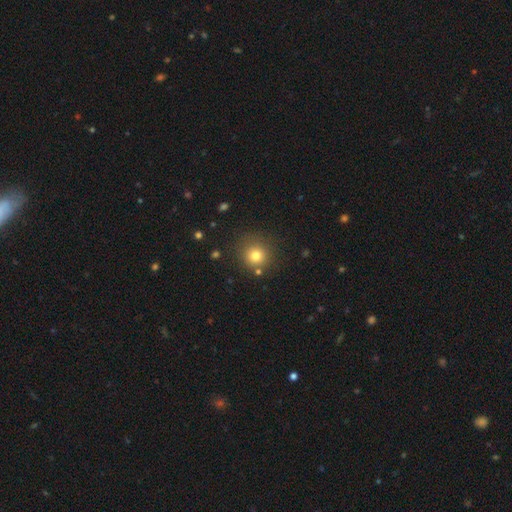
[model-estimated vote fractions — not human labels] Morphology: type=smooth (77%); roundness=round (92%); merging=none (82%).